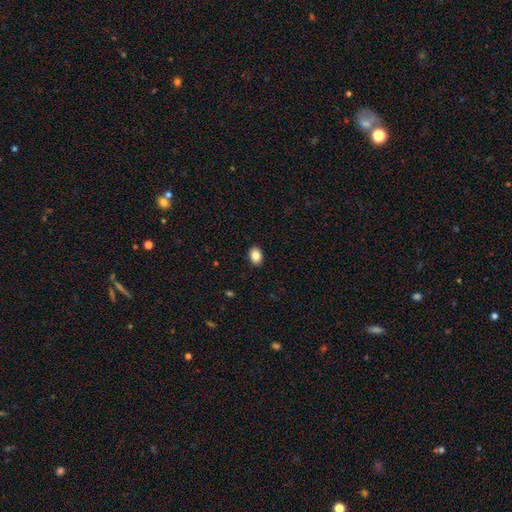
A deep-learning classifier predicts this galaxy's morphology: smooth_or_featured: smooth (p=0.86) [alt: star or artifact p=0.09]
how_rounded: in between (p=0.74) [alt: round p=0.25]
merging: none (p=0.90) [alt: minor disturbance p=0.07]